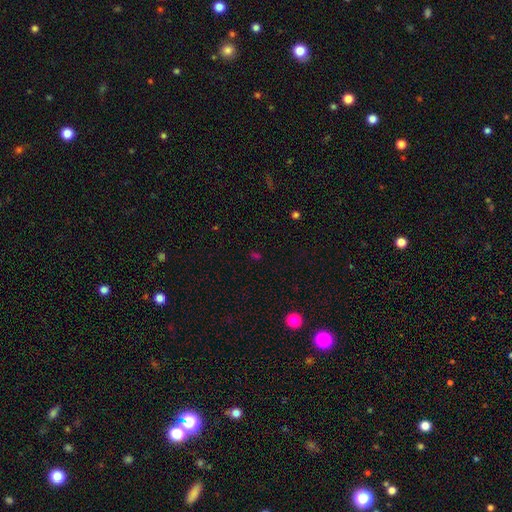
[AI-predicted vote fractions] This is possibly a star or artifact rather than a galaxy (51%).